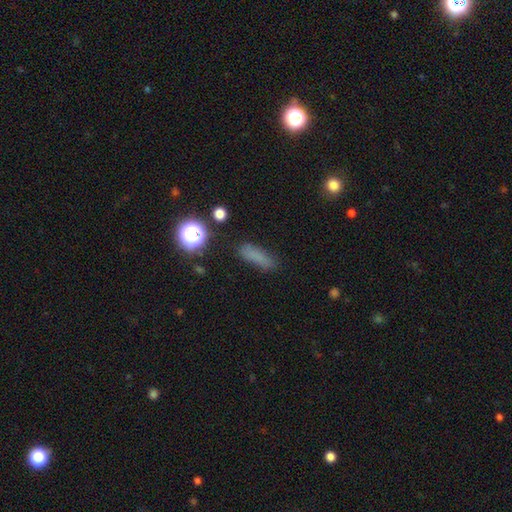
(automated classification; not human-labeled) Overall: smooth (74%). How rounded: cigar-shaped (58%; in between 36%). Merging: none (78%).